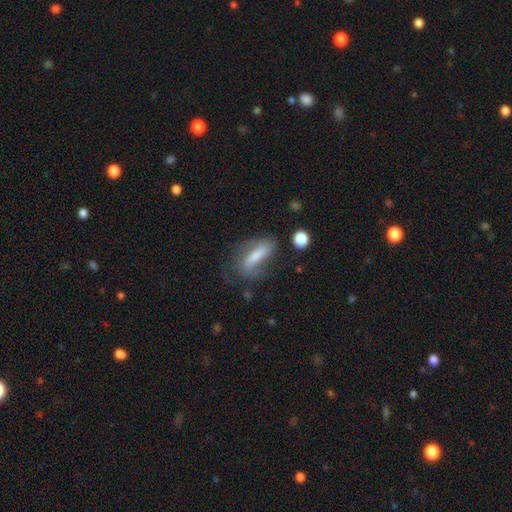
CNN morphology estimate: A smooth galaxy with no disk features (51%) that is cigar-shaped (54%). Merging: none (53%).